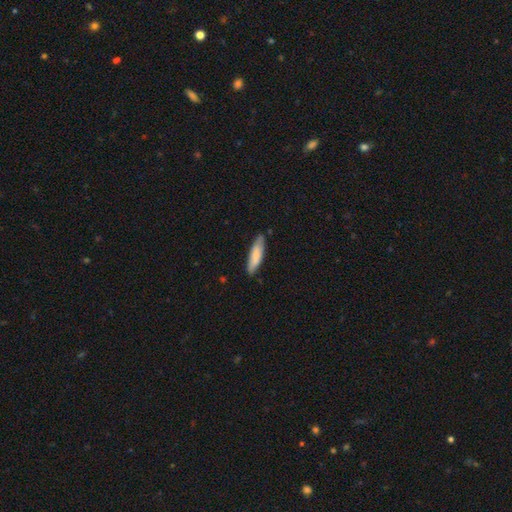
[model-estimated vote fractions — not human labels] This appears to be a smooth galaxy with no disk features (77%) that is cigar-shaped (66%). Merging: none (83%).